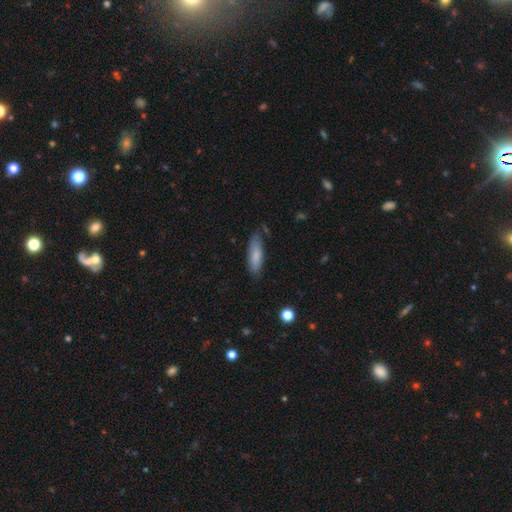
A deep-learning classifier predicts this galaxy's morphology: Smooth or featured? smooth (81%)
How rounded? cigar-shaped (50%)
Merging? none (74%)